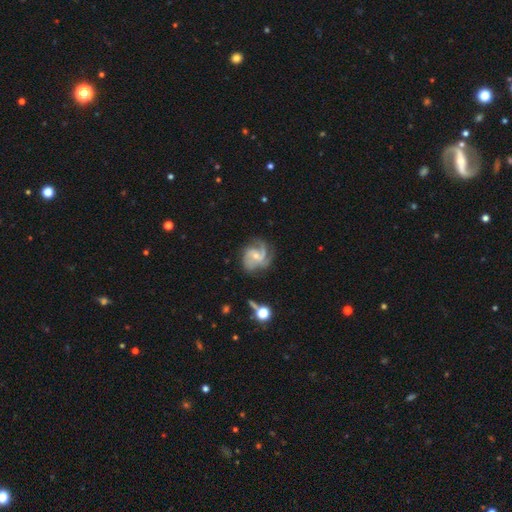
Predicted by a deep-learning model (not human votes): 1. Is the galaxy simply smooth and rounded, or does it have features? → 87% featured or disk, 7% smooth, 6% star or artifact.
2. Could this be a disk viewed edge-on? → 98% no, 2% yes.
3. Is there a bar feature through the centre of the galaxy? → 51% no, 39% weak, 10% strong.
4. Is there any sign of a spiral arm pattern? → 97% yes, 3% no.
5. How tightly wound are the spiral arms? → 51% medium, 32% tight, 17% loose.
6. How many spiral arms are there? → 44% 3, 30% 2, 11% can't tell, 6% 4, 5% 1, 4% more than 4.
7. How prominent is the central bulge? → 60% small, 36% moderate, 2% none, 1% large, 1% dominant.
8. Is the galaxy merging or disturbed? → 63% none, 22% minor disturbance, 13% major disturbance, 2% merger.